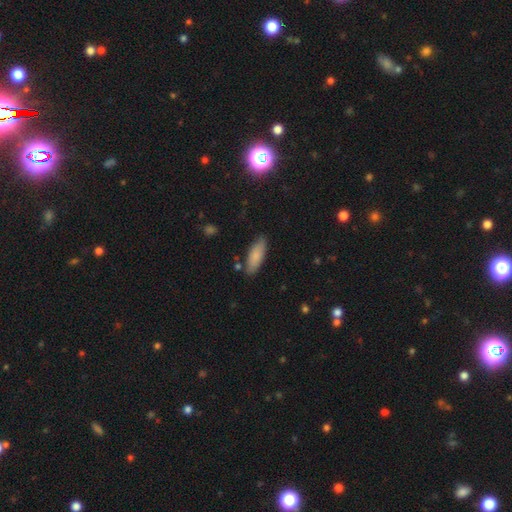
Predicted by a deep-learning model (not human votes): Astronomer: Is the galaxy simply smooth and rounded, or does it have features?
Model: smooth — 83%.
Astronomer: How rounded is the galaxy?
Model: in between — 68%.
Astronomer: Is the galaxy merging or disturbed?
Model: none — 82%.